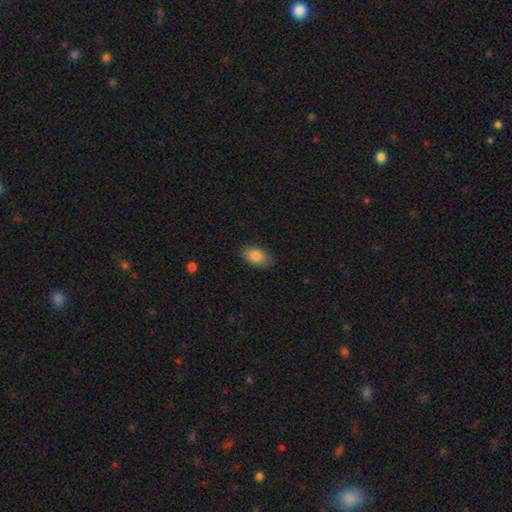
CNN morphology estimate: This is clearly a smooth galaxy (87%). How rounded: clearly in between (92%). Merging: clearly none (83%).